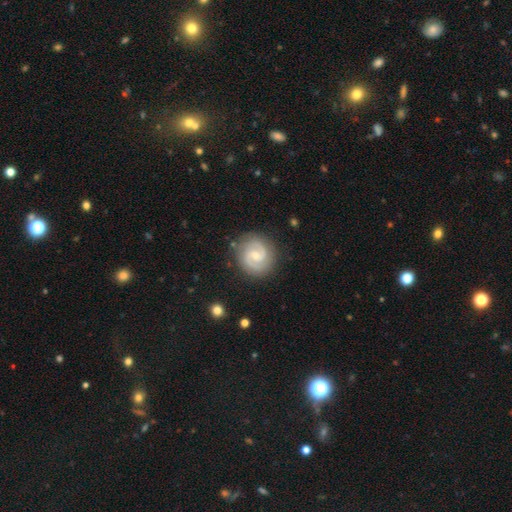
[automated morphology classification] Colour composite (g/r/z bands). It shows a featured or disk galaxy (85%) with a weak bar (48%), 2 (91%) tight (48%) spiral arms (98%) and a small central bulge (57%). Merging: none (85%).